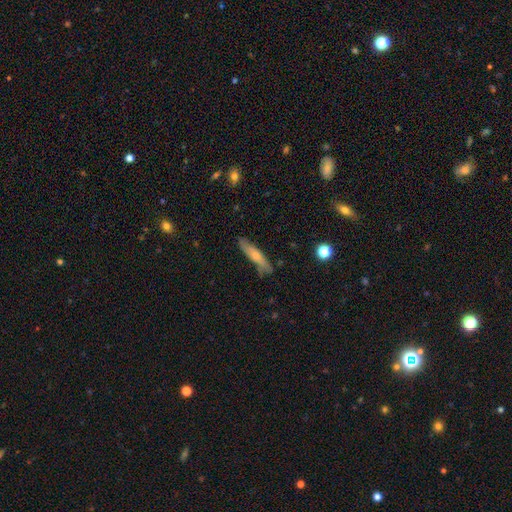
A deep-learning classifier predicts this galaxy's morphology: Overall: smooth (61%; featured or disk 33%). How rounded: cigar-shaped (80%). Merging: none (76%).